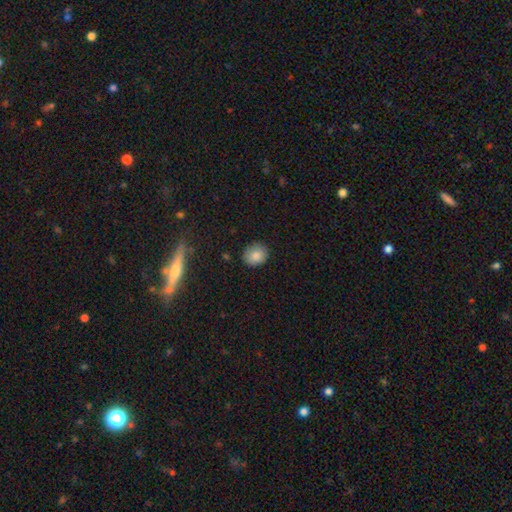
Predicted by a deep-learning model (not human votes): Morphology: type=smooth (85%); roundness=round (70%); merging=none (83%).